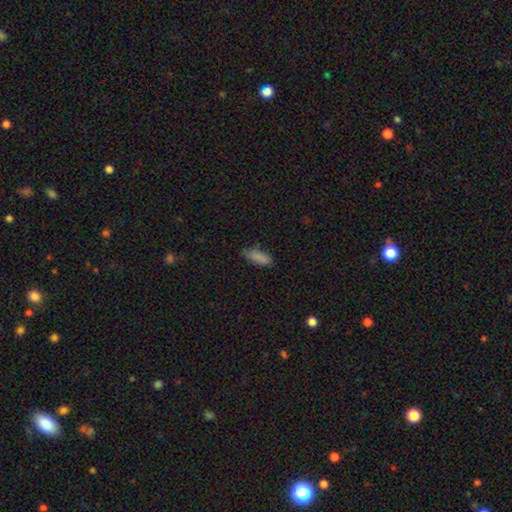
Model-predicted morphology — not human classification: The model was most divided on "how rounded": in between: 62%, cigar-shaped: 36%, round: 3%. More confident: smooth or featured — smooth (81%); merging — none (73%).